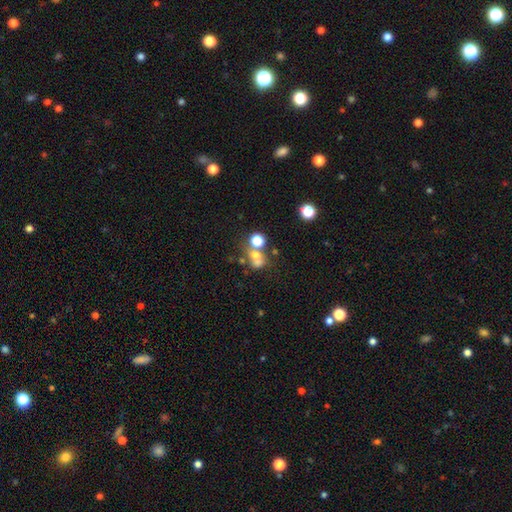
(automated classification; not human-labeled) smooth-or-featured: smooth: 56% | featured or disk: 22% | star or artifact: 22%
  how-rounded: round: 66% | in between: 33% | cigar-shaped: 1%
  merging: merger: 47% | none: 34% | minor disturbance: 10% | major disturbance: 9%